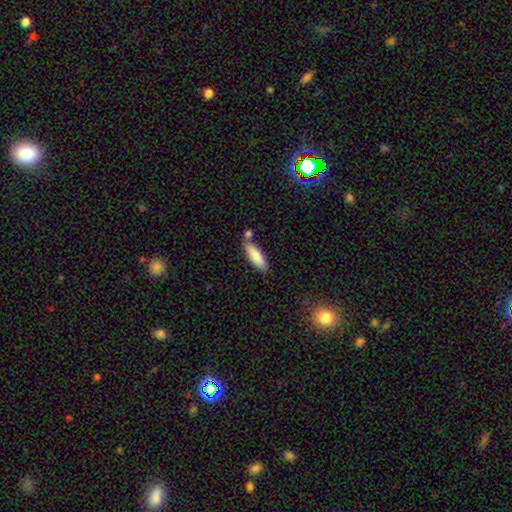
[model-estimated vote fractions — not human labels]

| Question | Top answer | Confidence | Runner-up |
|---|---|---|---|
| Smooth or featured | smooth | 83% | featured or disk (11%) |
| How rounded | in between | 50% | cigar-shaped (49%) |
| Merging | none | 67% | minor disturbance (15%) |